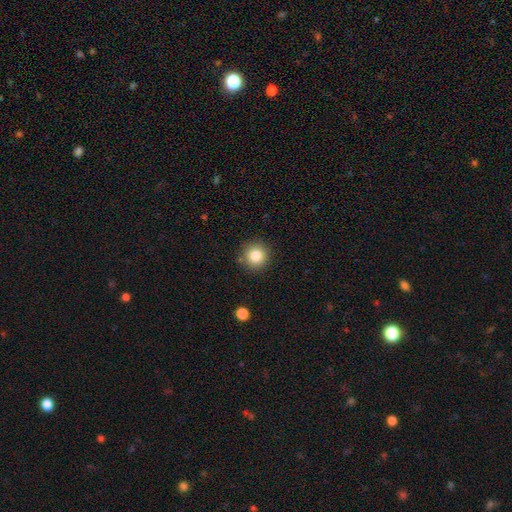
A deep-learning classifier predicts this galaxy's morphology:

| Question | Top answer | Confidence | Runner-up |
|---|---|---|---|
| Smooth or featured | smooth | 83% | star or artifact (10%) |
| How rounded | round | 94% | in between (5%) |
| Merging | none | 88% | minor disturbance (7%) |